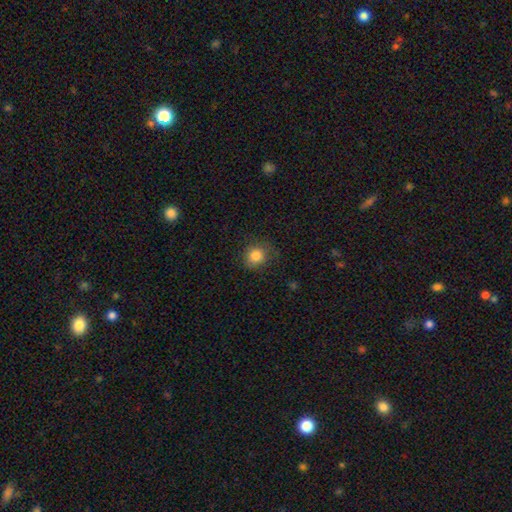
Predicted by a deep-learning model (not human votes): This is clearly a smooth galaxy (84%). How rounded: likely round (79%). Merging: likely none (80%).